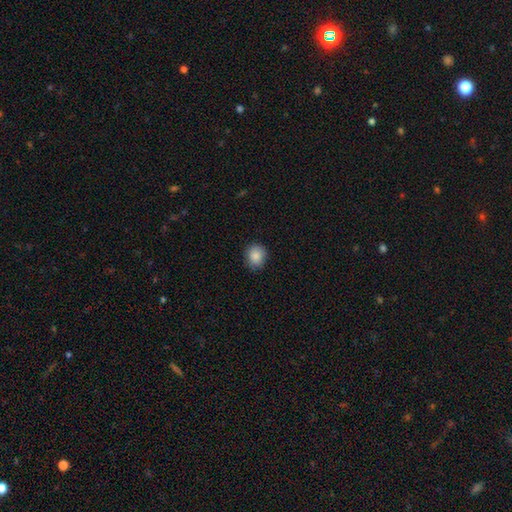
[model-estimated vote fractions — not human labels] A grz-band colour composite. It shows a smooth galaxy with no disk features (88%) that is round (76%). Merging: none (85%).